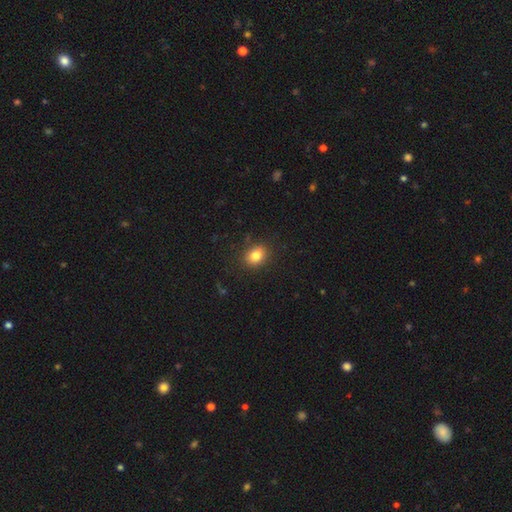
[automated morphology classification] Smooth or featured? Predicted: smooth (p=0.82). How rounded? Predicted: round (p=0.52). Merging? Predicted: none (p=0.85).